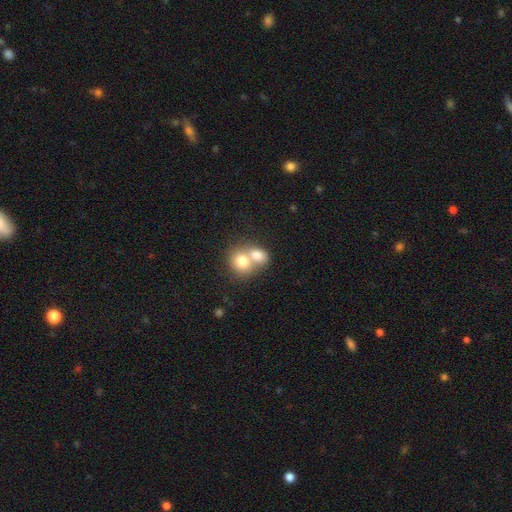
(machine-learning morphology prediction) smooth_or_featured: smooth (p=0.72) [alt: featured or disk p=0.20]
how_rounded: round (p=0.62) [alt: in between p=0.37]
merging: merger (p=0.72) [alt: none p=0.20]